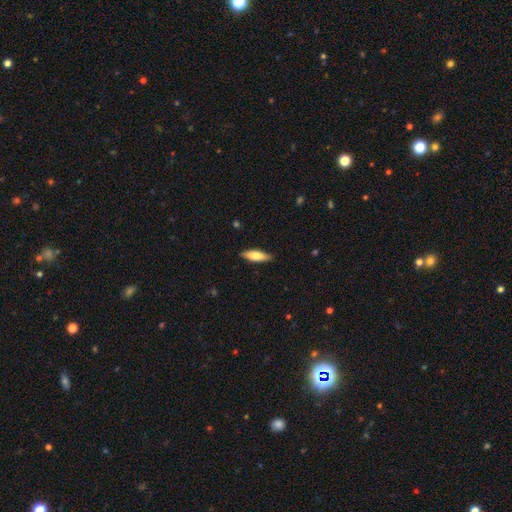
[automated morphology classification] A smooth galaxy with no disk features (71%) that is cigar-shaped (53%). Merging: none (87%).